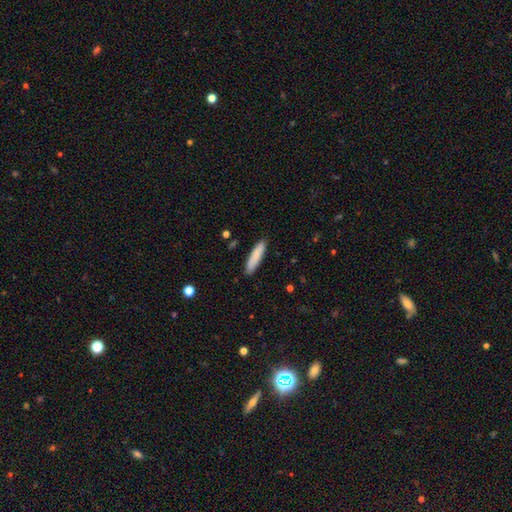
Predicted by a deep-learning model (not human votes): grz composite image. It shows a smooth galaxy with no disk features (84%) that is cigar-shaped (79%). Merging: none (88%).